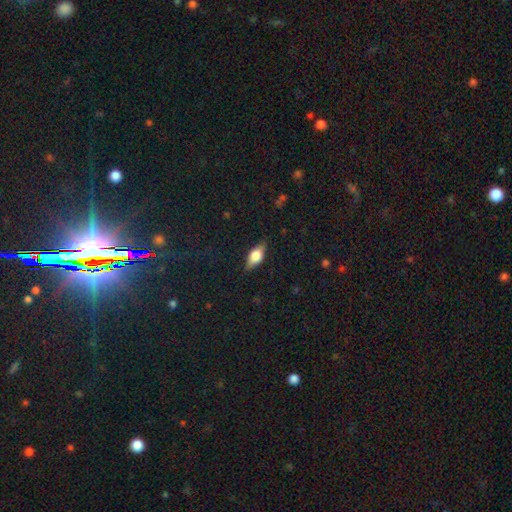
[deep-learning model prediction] Smooth or featured?
  - smooth: 53% *
  - featured or disk: 39%
  - star or artifact: 8%
How rounded?
  - in between: 77% *
  - cigar-shaped: 17%
  - round: 7%
Merging?
  - none: 83% *
  - minor disturbance: 13%
  - major disturbance: 3%
  - merger: 1%